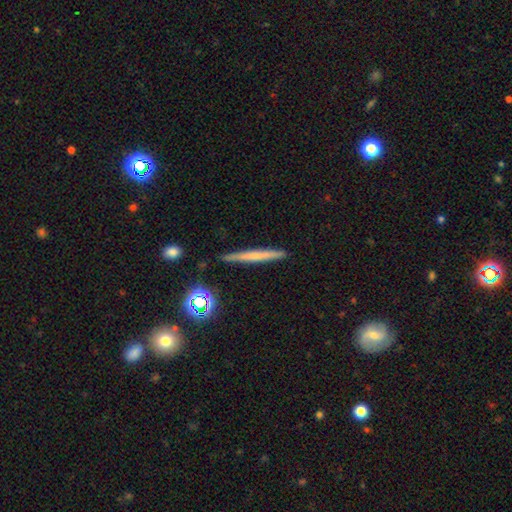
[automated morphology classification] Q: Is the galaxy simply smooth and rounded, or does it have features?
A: smooth — 52%.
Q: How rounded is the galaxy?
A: cigar-shaped — 96%.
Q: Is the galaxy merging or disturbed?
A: none — 90%.